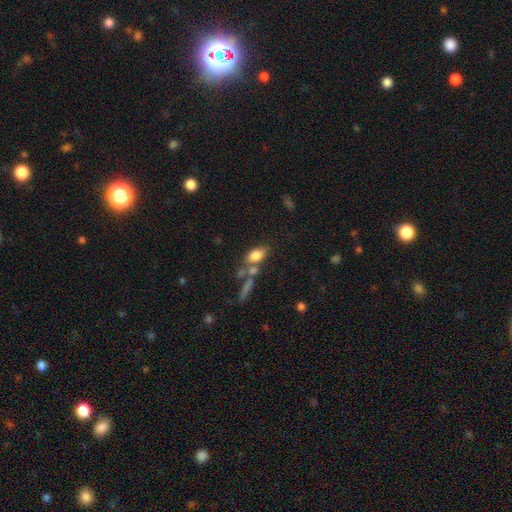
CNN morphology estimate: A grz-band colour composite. It shows a smooth galaxy with no disk features (77%) that is in between round and cigar-shaped (84%). Merging: none (49%).